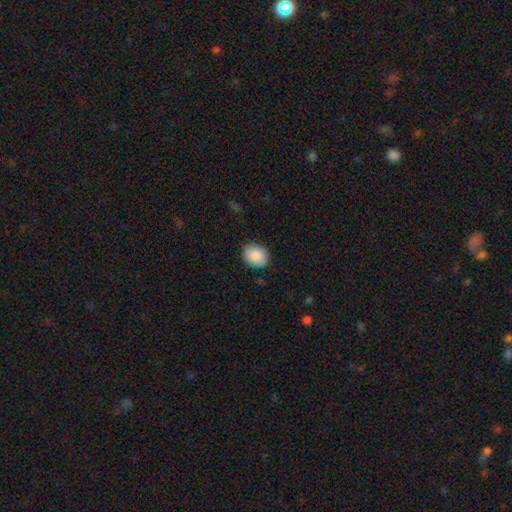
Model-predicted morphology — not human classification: A smooth galaxy with no disk features (87%) that is round (51%).

Vote fractions:
- Smooth or featured? smooth: 87% / star or artifact: 7% / featured or disk: 6%
- How rounded? round: 51% / in between: 48% / cigar-shaped: 1%
- Merging? none: 86% / minor disturbance: 11% / major disturbance: 2% / merger: 1%